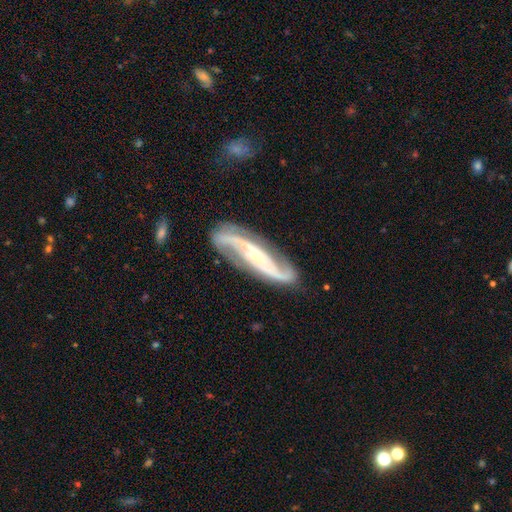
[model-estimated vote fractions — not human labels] smooth_or_featured: featured or disk (p=0.90) [alt: smooth p=0.05]
disk_edge_on: no (p=0.91) [alt: yes p=0.09]
bar: strong (p=0.52) [alt: no p=0.24]
has_spiral_arms: yes (p=0.97) [alt: no p=0.03]
spiral_winding: loose (p=0.42) [alt: medium p=0.40]
spiral_arm_count: 2 (p=0.92) [alt: can't tell p=0.03]
bulge_size: small (p=0.67) [alt: moderate p=0.28]
merging: none (p=0.79) [alt: minor disturbance p=0.14]